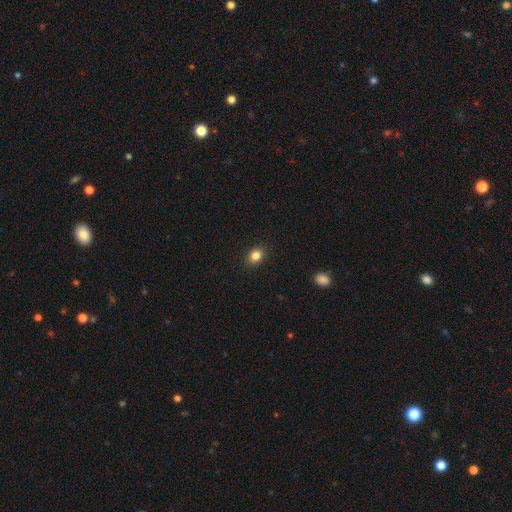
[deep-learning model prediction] Smooth or featured? smooth (84%)
How rounded? in between (56%)
Merging? none (90%)